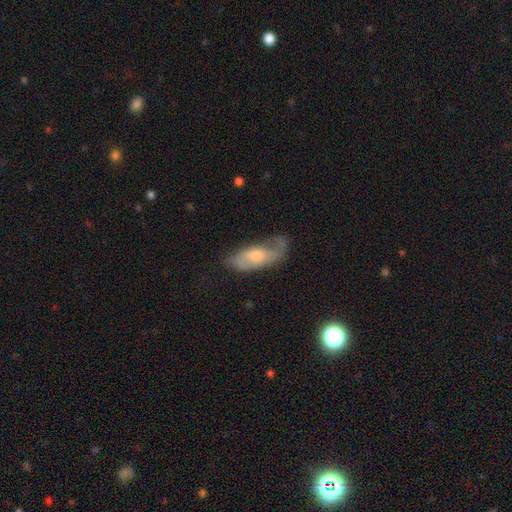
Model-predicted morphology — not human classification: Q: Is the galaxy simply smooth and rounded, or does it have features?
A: featured or disk — 58%.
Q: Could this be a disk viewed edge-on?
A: no — 86%.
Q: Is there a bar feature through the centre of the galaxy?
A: no — 63%.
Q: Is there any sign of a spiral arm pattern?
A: yes — 80%.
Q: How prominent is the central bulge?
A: moderate — 60%.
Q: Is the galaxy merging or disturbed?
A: none — 47%.